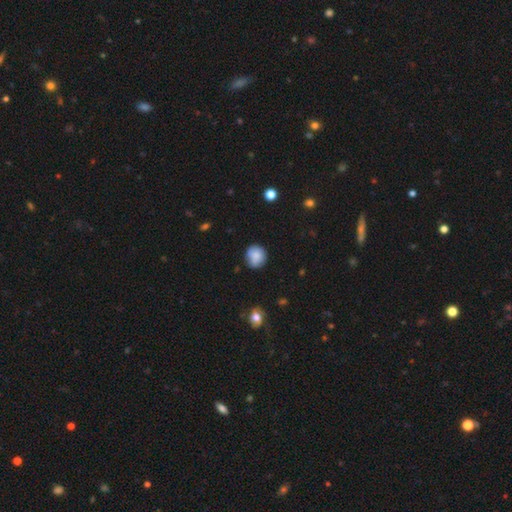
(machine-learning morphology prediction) Overall: smooth (83%). How rounded: round (83%). Merging: none (75%).